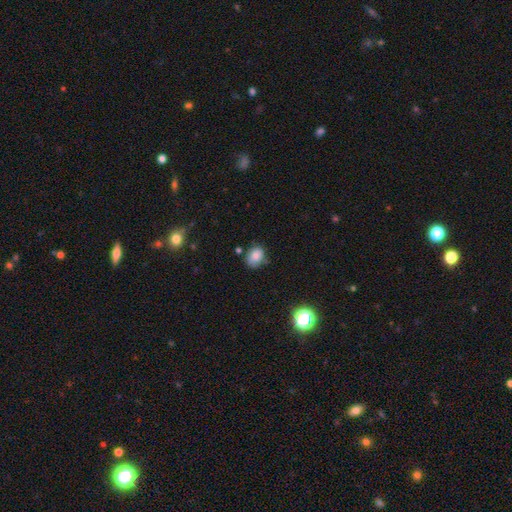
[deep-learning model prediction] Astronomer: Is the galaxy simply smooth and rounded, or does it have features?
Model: smooth — 83%.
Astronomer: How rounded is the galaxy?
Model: in between — 69%.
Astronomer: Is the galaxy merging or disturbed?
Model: none — 68%.